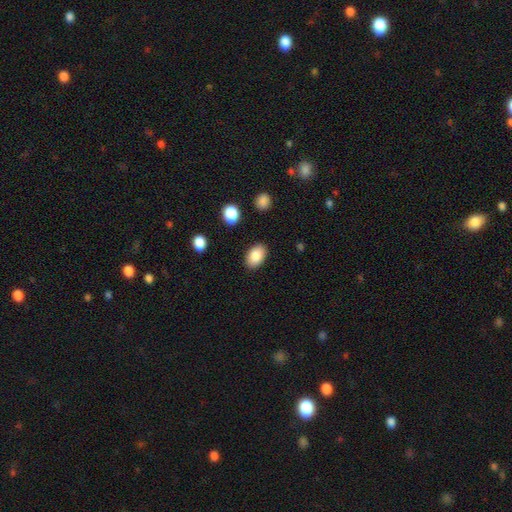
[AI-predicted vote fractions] smooth 86%, star or artifact 7%, featured or disk 7%. Down the decision tree: how rounded — in between (89%); merging — none (87%).